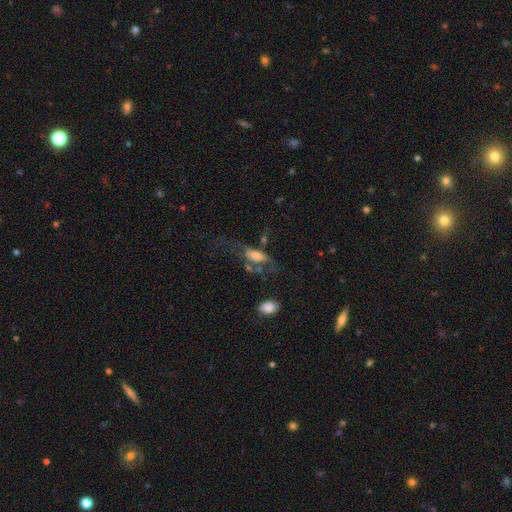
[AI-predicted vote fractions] Smooth or featured? smooth (52%)
How rounded? in between (77%)
Merging? major disturbance (45%)